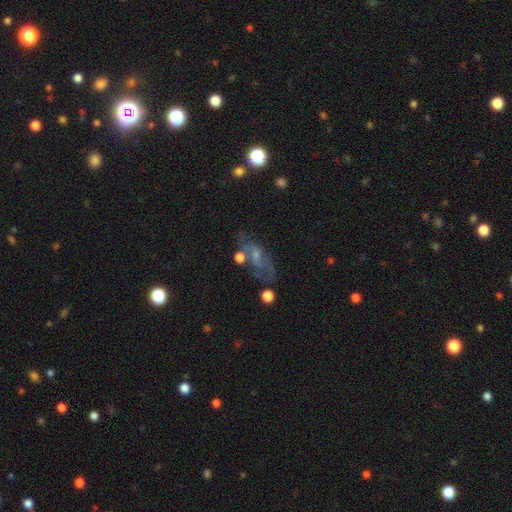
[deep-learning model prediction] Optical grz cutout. It shows a featured or disk galaxy (53%). Merging: none (47%).